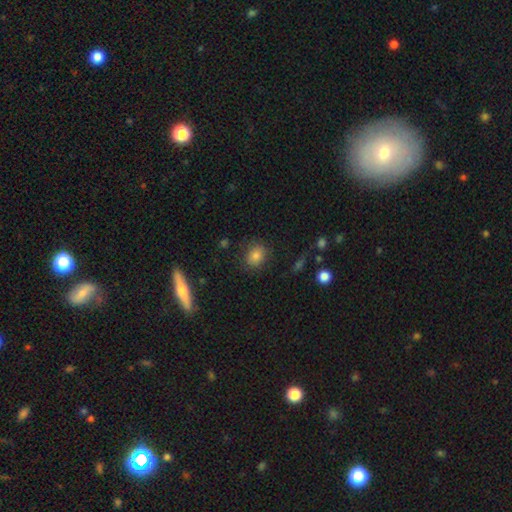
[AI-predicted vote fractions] Overall: smooth (82%). How rounded: round (59%; in between 40%). Merging: none (83%).